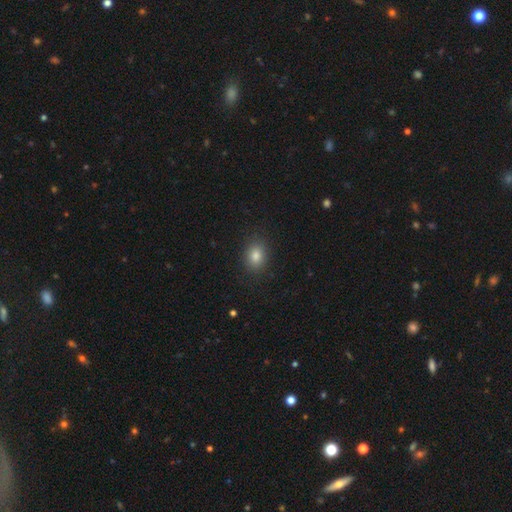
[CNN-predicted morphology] Q: Smooth or featured?
A: smooth (82%); runner-up: star or artifact (11%)
Q: How rounded?
A: in between (68%); runner-up: round (31%)
Q: Merging?
A: none (87%); runner-up: minor disturbance (9%)